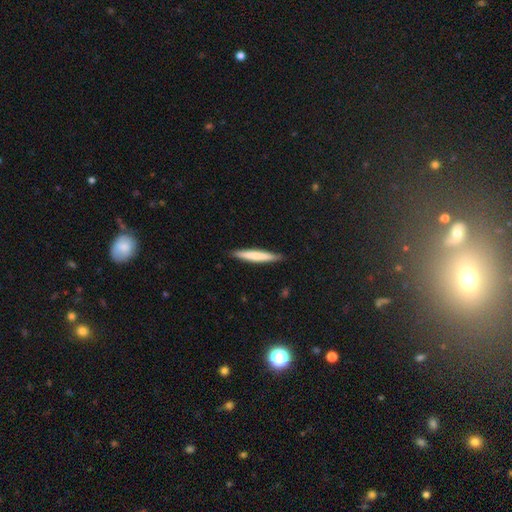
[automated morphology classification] smooth-or-featured: smooth: 67% | featured or disk: 28% | star or artifact: 5%
  how-rounded: cigar-shaped: 94% | in between: 4% | round: 1%
  merging: none: 89% | minor disturbance: 8% | major disturbance: 1% | merger: 1%